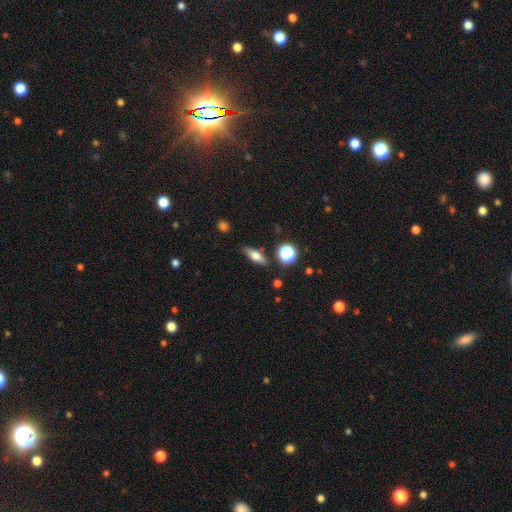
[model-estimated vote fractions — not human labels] smooth_or_featured: smooth (p=0.68) [alt: featured or disk p=0.21]
how_rounded: in between (p=0.60) [alt: cigar-shaped p=0.32]
merging: none (p=0.78) [alt: minor disturbance p=0.15]